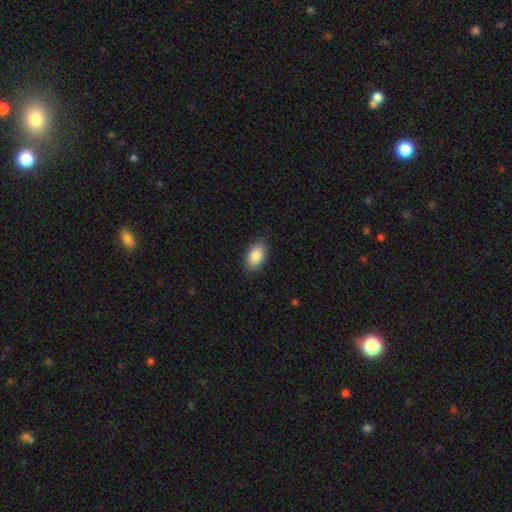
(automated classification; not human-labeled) Morphology: type=smooth (88%); roundness=in between (92%); merging=none (82%).